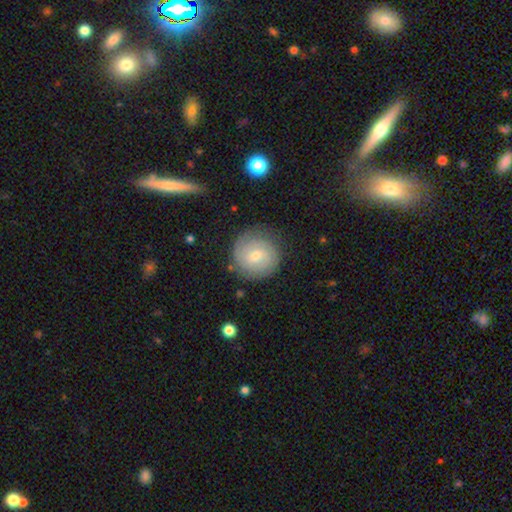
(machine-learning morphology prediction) Overall: featured or disk (59%; smooth 33%). Edge-on disk: no (97%). Bar: no (51%; weak 42%). Spiral arms: yes (88%). Spiral arm count: 2 (46%; can't tell 33%). Spiral winding: tight (67%). Bulge size: small (57%; moderate 39%). Merging: none (81%).